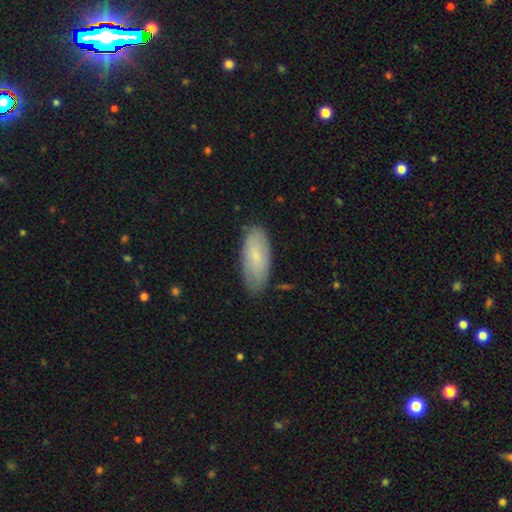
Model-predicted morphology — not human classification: smooth-or-featured: smooth: 75% | featured or disk: 19% | star or artifact: 6%
  how-rounded: in between: 84% | cigar-shaped: 15% | round: 2%
  merging: none: 80% | minor disturbance: 16% | major disturbance: 3% | merger: 1%